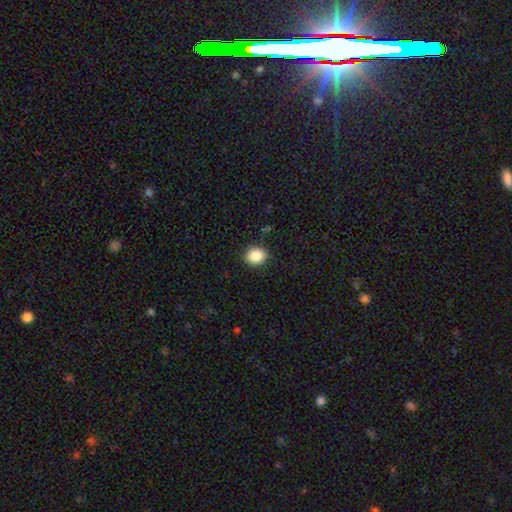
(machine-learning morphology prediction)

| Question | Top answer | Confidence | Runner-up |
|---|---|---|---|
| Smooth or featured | smooth | 87% | star or artifact (9%) |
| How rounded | round | 79% | in between (20%) |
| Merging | none | 89% | minor disturbance (7%) |